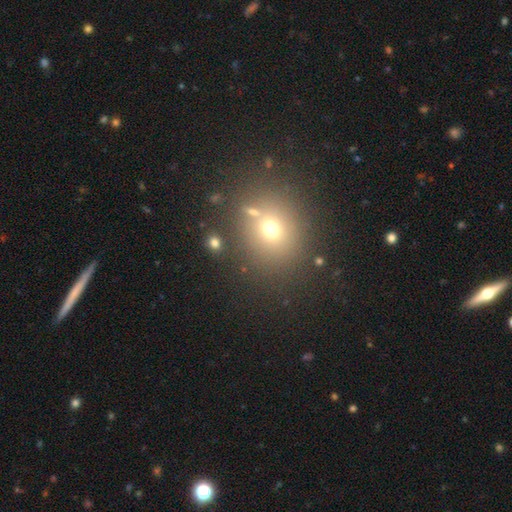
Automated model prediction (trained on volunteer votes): A smooth galaxy with no disk features (55%) that is round (80%).

Vote fractions:
- Smooth or featured? smooth: 55% / star or artifact: 32% / featured or disk: 13%
- How rounded? round: 80% / in between: 19% / cigar-shaped: 2%
- Merging? none: 79% / minor disturbance: 9% / merger: 8% / major disturbance: 4%